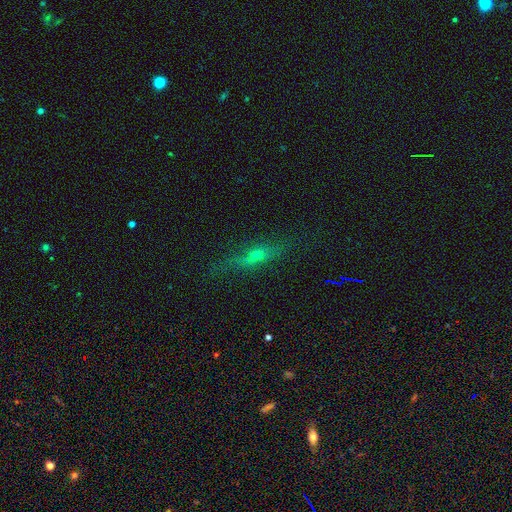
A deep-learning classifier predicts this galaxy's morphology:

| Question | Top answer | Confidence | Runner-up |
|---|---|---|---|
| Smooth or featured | featured or disk | 55% | smooth (28%) |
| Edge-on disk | yes | 84% | no (16%) |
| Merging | none | 77% | minor disturbance (15%) |